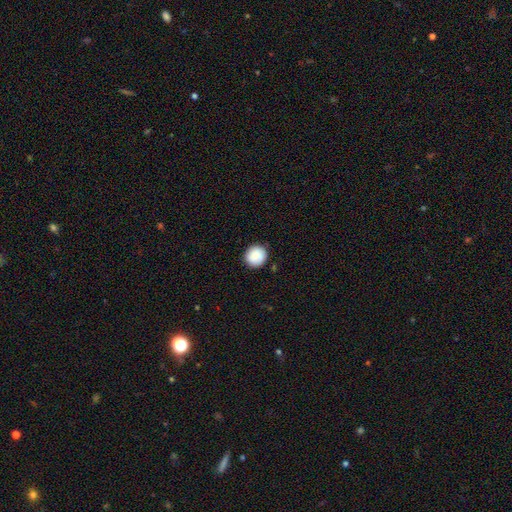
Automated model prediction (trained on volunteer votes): This is clearly a smooth galaxy (88%). How rounded: clearly round (91%). Merging: clearly none (88%).